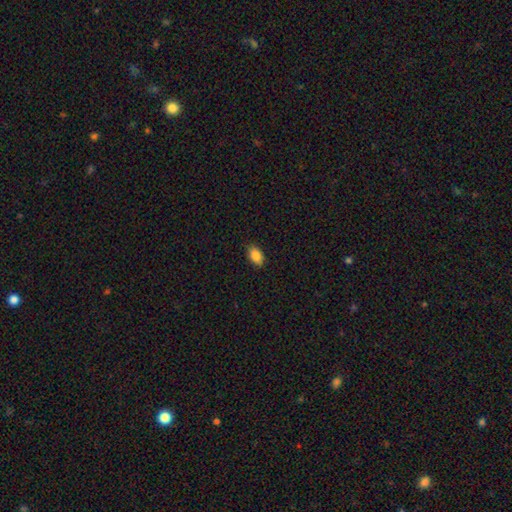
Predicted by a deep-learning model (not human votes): This appears to be a smooth galaxy with no disk features (88%) that is in between round and cigar-shaped (91%). Merging: none (86%).